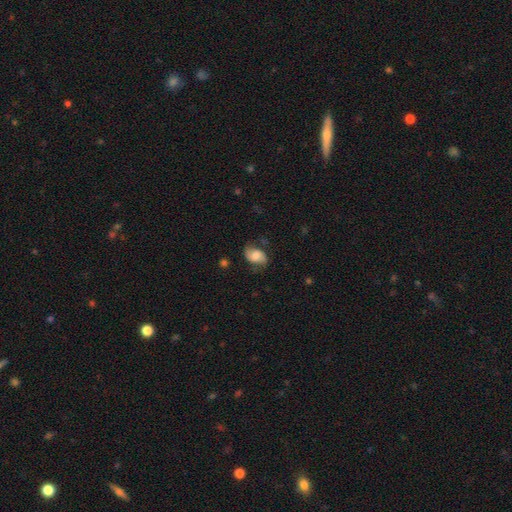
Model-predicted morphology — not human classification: Smooth or featured? Predicted: smooth (p=0.55). How rounded? Predicted: in between (p=0.81). Merging? Predicted: none (p=0.64).